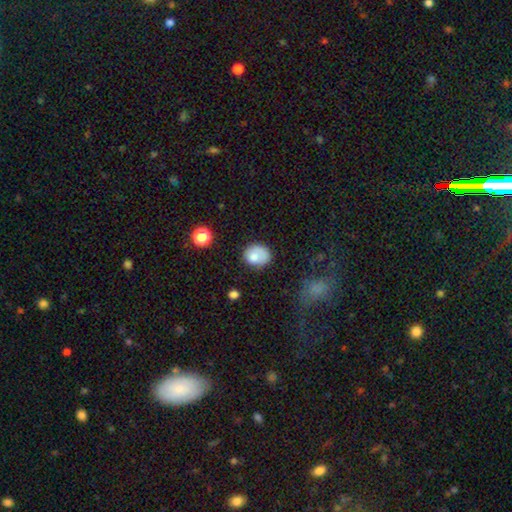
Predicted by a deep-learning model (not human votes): Overall: smooth (77%). How rounded: round (58%; in between 41%). Merging: none (59%; minor disturbance 26%).